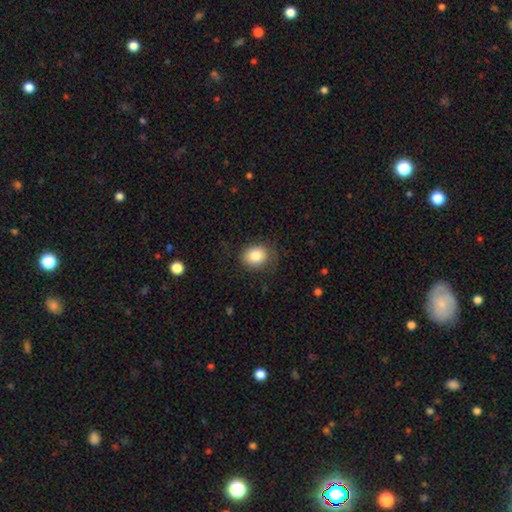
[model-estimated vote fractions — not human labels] Q: Smooth or featured?
A: smooth (83%); runner-up: star or artifact (9%)
Q: How rounded?
A: round (63%); runner-up: in between (36%)
Q: Merging?
A: none (75%); runner-up: minor disturbance (18%)